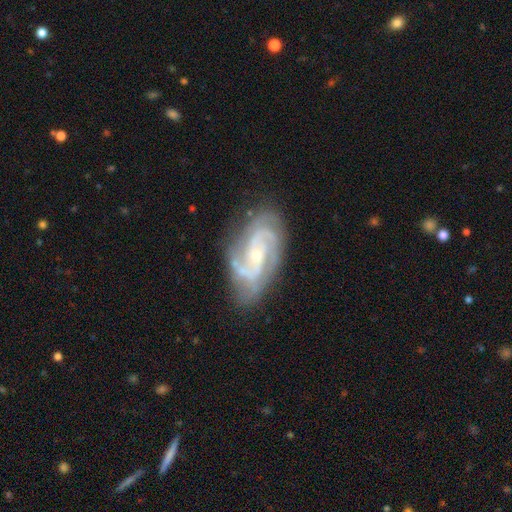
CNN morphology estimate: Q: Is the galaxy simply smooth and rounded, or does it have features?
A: featured or disk — 91%.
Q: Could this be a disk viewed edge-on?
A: no — 97%.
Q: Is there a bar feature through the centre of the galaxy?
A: no — 53%.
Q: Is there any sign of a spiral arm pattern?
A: yes — 98%.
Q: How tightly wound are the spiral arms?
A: tight — 47%.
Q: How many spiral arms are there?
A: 2 — 44%.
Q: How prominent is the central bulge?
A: small — 69%.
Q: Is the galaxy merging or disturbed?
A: none — 74%.